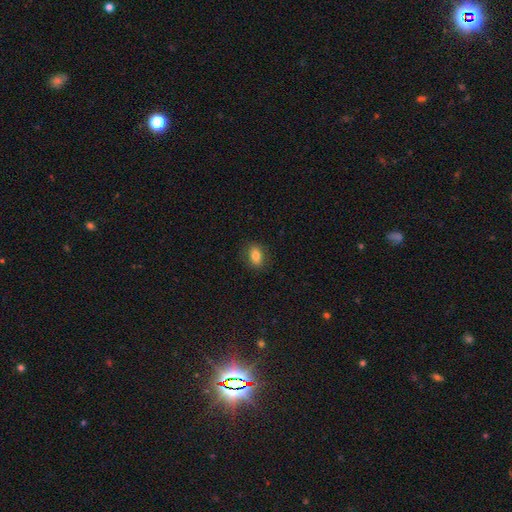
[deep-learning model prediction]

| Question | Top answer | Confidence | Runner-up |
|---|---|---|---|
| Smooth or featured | smooth | 80% | featured or disk (11%) |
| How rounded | in between | 78% | round (20%) |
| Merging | none | 85% | minor disturbance (11%) |